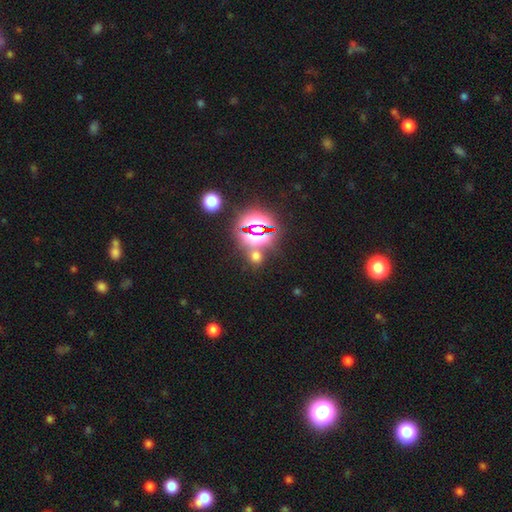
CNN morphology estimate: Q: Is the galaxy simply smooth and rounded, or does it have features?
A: star or artifact — 72%.